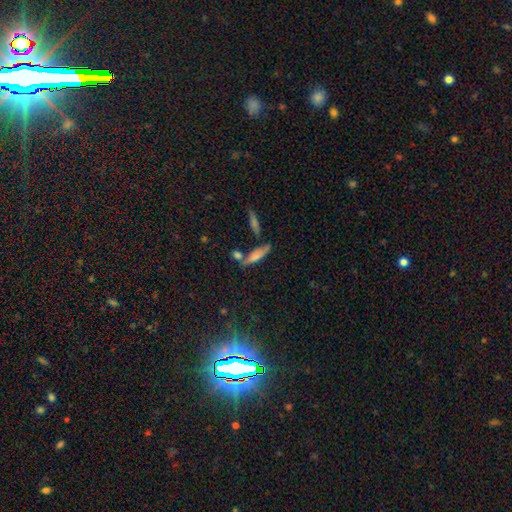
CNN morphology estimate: smooth_or_featured: smooth (p=0.69) [alt: featured or disk p=0.21]
how_rounded: cigar-shaped (p=0.63) [alt: in between p=0.34]
merging: none (p=0.56) [alt: merger p=0.21]